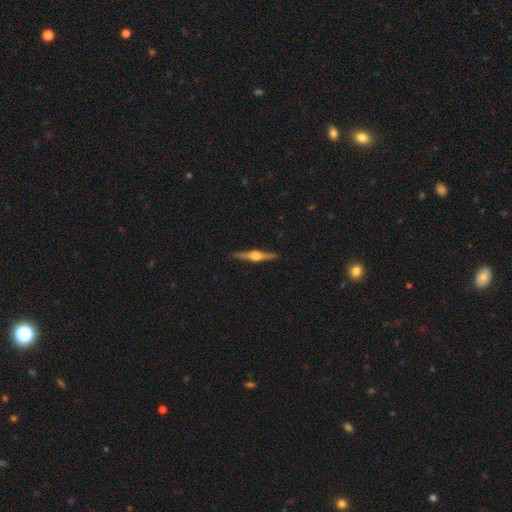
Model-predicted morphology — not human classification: The model was most divided on "smooth or featured": featured or disk: 80%, smooth: 15%, star or artifact: 5%. More confident: edge-on disk — yes (98%); edge-on bulge — rounded (95%); merging — none (92%).